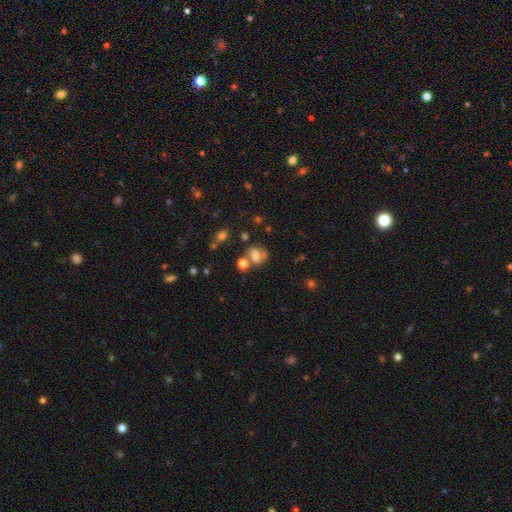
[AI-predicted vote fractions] A smooth galaxy with no disk features (59%) that is round (49%, tied with in between).

Vote fractions:
- Smooth or featured? smooth: 59% / featured or disk: 25% / star or artifact: 16%
- How rounded? round: 49% (tied) / in between: 49% (tied) / cigar-shaped: 1%
- Merging? none: 41% / merger: 26% / minor disturbance: 19% / major disturbance: 13%